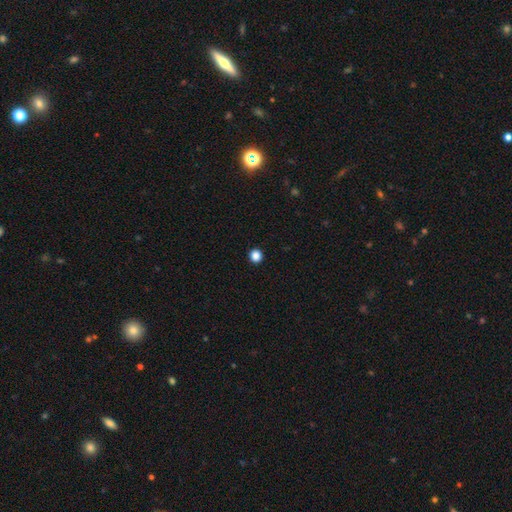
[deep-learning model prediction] smooth-or-featured: smooth: 86% | star or artifact: 11% | featured or disk: 2%
  how-rounded: round: 94% | in between: 5% | cigar-shaped: 1%
  merging: none: 94% | minor disturbance: 4% | major disturbance: 2% | merger: 1%